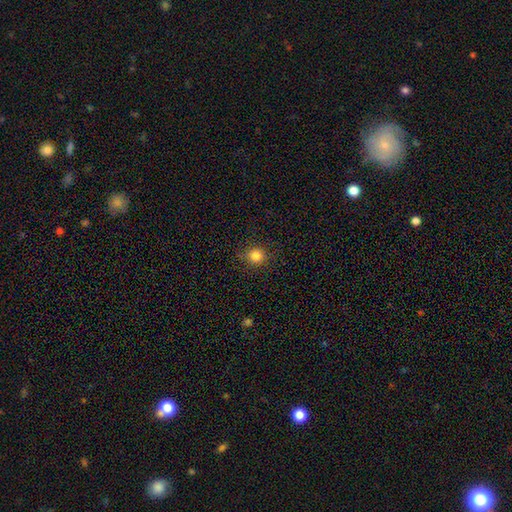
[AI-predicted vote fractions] Smooth or featured?
  - smooth: 83% *
  - star or artifact: 12%
  - featured or disk: 5%
How rounded?
  - round: 88% *
  - in between: 11%
  - cigar-shaped: 1%
Merging?
  - none: 88% *
  - minor disturbance: 8%
  - major disturbance: 3%
  - merger: 1%